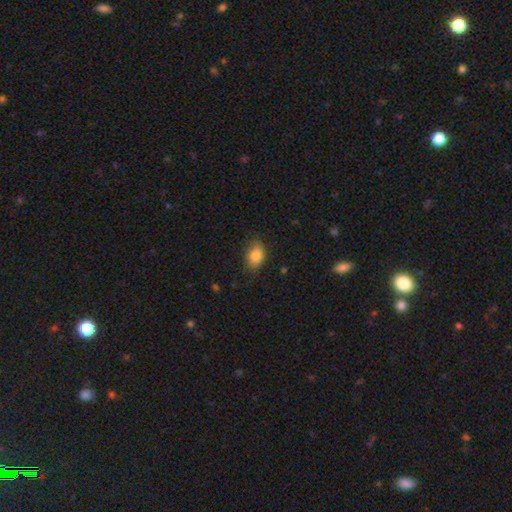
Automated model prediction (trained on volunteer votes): Smooth or featured?
  - smooth: 85% *
  - star or artifact: 9%
  - featured or disk: 7%
How rounded?
  - in between: 79% *
  - round: 20%
  - cigar-shaped: 1%
Merging?
  - none: 80% *
  - minor disturbance: 16%
  - major disturbance: 3%
  - merger: 1%